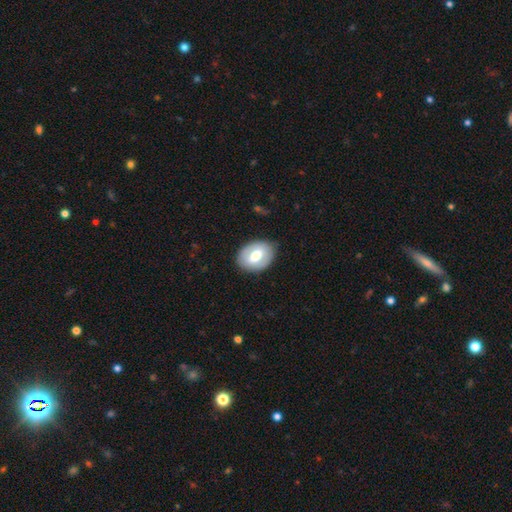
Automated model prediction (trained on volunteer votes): Smooth or featured?
  - smooth: 56% *
  - featured or disk: 38%
  - star or artifact: 6%
How rounded?
  - in between: 73% *
  - round: 26%
  - cigar-shaped: 1%
Merging?
  - none: 84% *
  - minor disturbance: 12%
  - major disturbance: 3%
  - merger: 1%